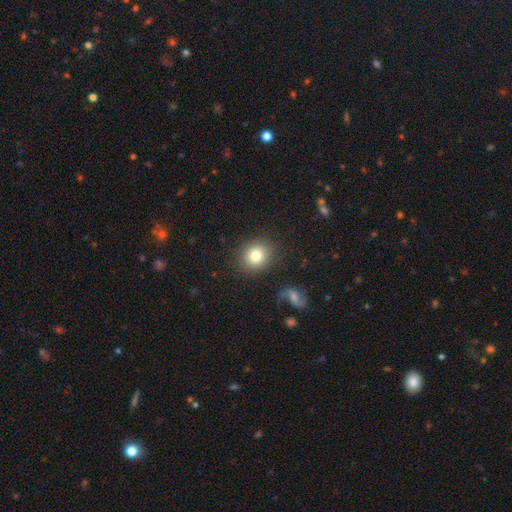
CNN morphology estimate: smooth-or-featured: smooth: 80% | featured or disk: 10% | star or artifact: 10%
  how-rounded: round: 76% | in between: 23% | cigar-shaped: 1%
  merging: none: 86% | minor disturbance: 9% | major disturbance: 3% | merger: 2%